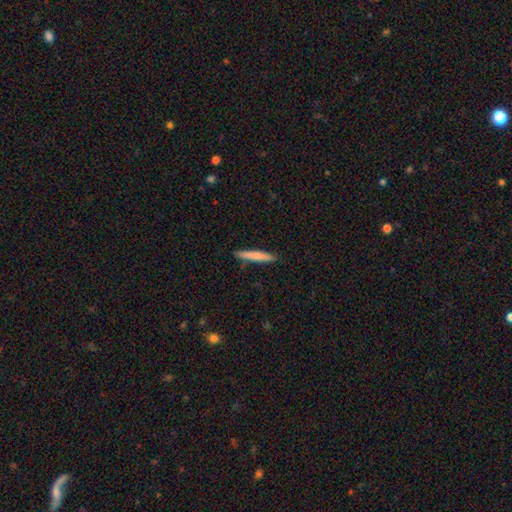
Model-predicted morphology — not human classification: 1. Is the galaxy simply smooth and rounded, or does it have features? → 74% smooth, 21% featured or disk, 6% star or artifact.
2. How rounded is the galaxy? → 94% cigar-shaped, 4% in between, 1% round.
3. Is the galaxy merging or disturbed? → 88% none, 9% minor disturbance, 2% major disturbance, 2% merger.